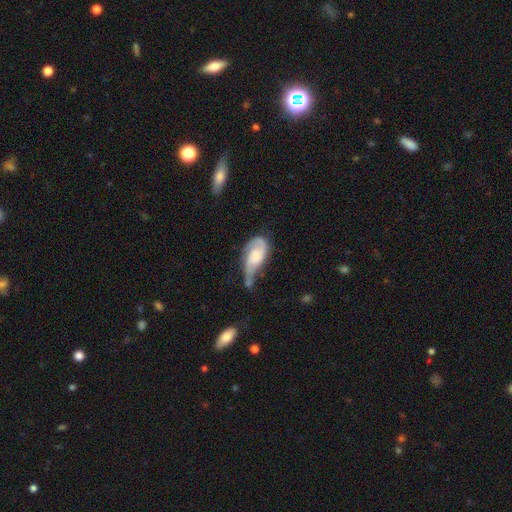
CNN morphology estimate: A featured or disk galaxy (63%) with no bar (64%), 2 (68%) medium (41%) spiral arms (88%) and no central bulge (27%).

Vote fractions:
- Smooth or featured? featured or disk: 63% / smooth: 30% / star or artifact: 7%
- Edge-on disk? no: 95% / yes: 5%
- Bar? no: 64% / weak: 29% / strong: 7%
- Spiral arms? yes: 88% / no: 12%
- Spiral winding? medium: 41% / loose: 33% / tight: 26%
- Spiral arm count? 2: 68% / 1: 18% / can't tell: 9% / 3: 2% / 4: 1% / more than 4: 1%
- Bulge size? none: 27% / large: 25% / moderate: 24% / small: 19% / dominant: 5%
- Merging? minor disturbance: 32% / major disturbance: 30% / none: 25% / merger: 13%